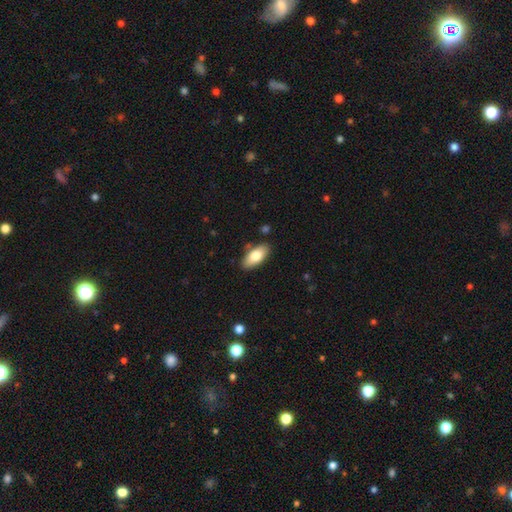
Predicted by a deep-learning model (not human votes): Morphology: type=smooth (78%); roundness=in between (88%); merging=none (85%).